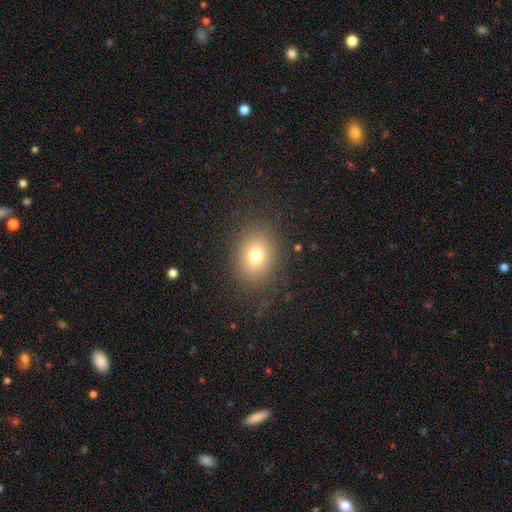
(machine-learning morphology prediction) The model was most divided on "how rounded": round: 52%, in between: 47%, cigar-shaped: 1%. More confident: merging — none (83%); smooth or featured — smooth (75%).